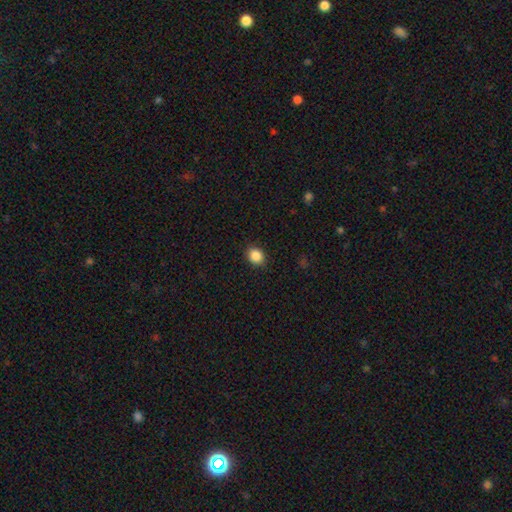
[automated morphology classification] Smooth or featured? Predicted: smooth (p=0.87). How rounded? Predicted: round (p=0.64). Merging? Predicted: none (p=0.89).